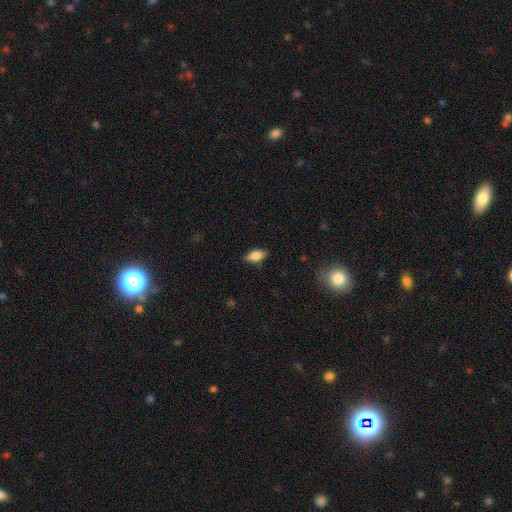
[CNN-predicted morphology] Smooth or featured? smooth (82%)
How rounded? in between (86%)
Merging? none (85%)